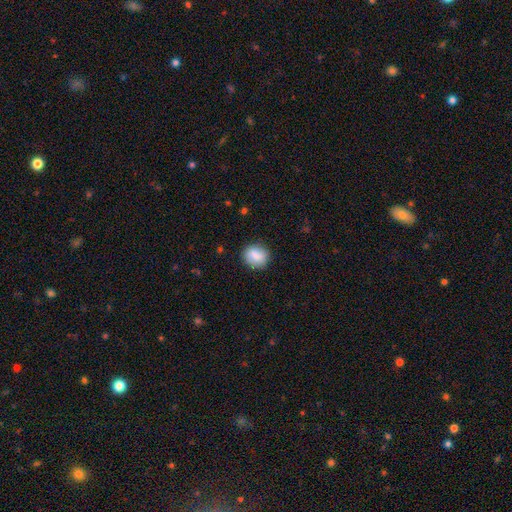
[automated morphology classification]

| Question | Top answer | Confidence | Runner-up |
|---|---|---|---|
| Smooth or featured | smooth | 83% | featured or disk (10%) |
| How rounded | round | 76% | in between (23%) |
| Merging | none | 85% | minor disturbance (11%) |